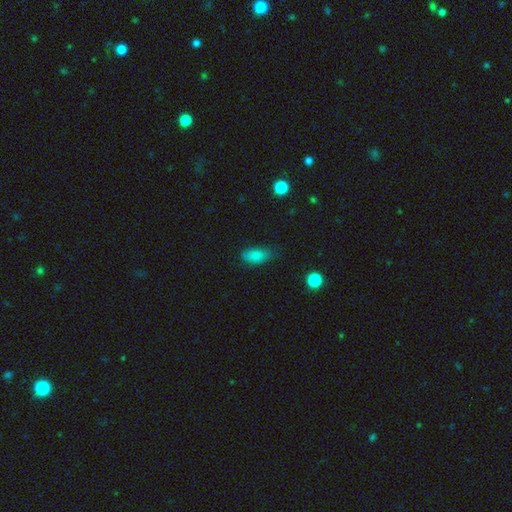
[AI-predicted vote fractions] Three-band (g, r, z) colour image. It shows a smooth galaxy with no disk features (81%) that is in between round and cigar-shaped (88%). Merging: none (67%).